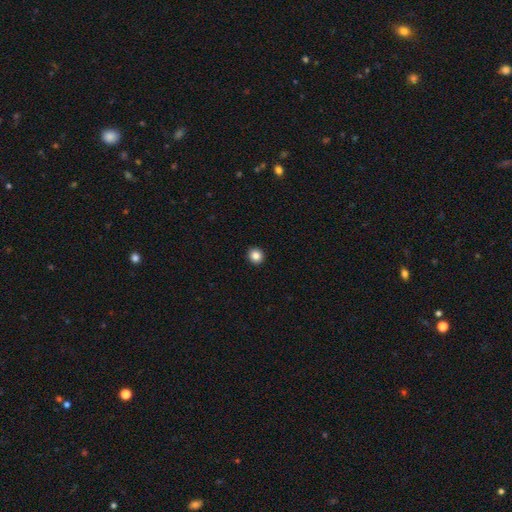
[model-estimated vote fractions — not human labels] Smooth or featured?
  - smooth: 86% *
  - star or artifact: 10%
  - featured or disk: 4%
How rounded?
  - round: 89% *
  - in between: 10%
  - cigar-shaped: 1%
Merging?
  - none: 93% *
  - minor disturbance: 4%
  - major disturbance: 1%
  - merger: 1%